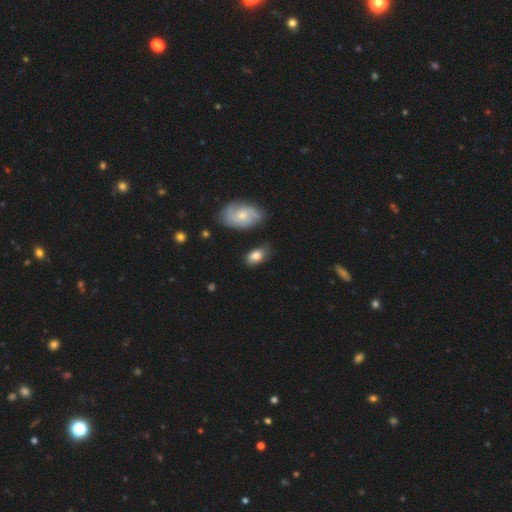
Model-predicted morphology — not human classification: Q: Smooth or featured?
A: smooth (68%); runner-up: featured or disk (25%)
Q: How rounded?
A: in between (87%); runner-up: round (11%)
Q: Merging?
A: none (74%); runner-up: minor disturbance (17%)